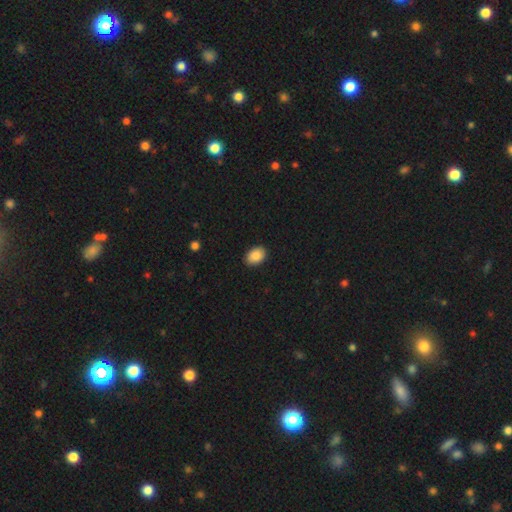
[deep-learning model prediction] Smooth or featured? Predicted: smooth (p=0.89). How rounded? Predicted: in between (p=0.83). Merging? Predicted: none (p=0.90).